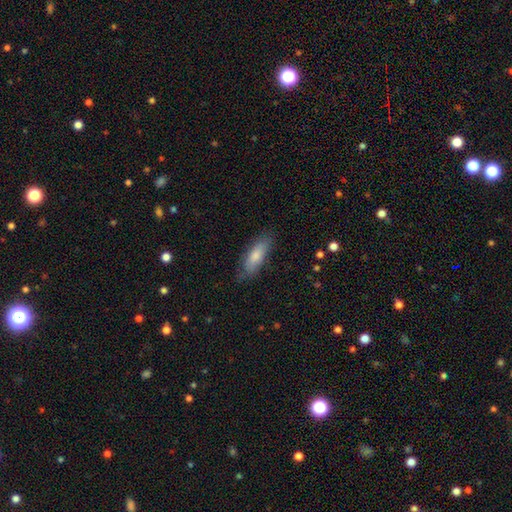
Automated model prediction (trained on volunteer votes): smooth 77%, featured or disk 17%, star or artifact 6%. Down the decision tree: how rounded — in between (61%); merging — none (76%).